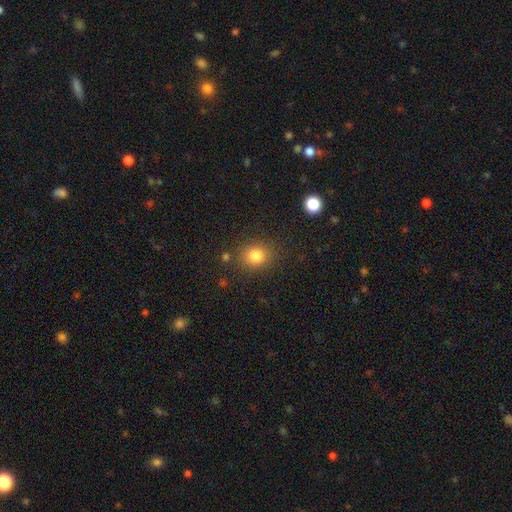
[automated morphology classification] smooth-or-featured: smooth: 82% | star or artifact: 12% | featured or disk: 6%
  how-rounded: round: 73% | in between: 26% | cigar-shaped: 1%
  merging: none: 83% | minor disturbance: 10% | major disturbance: 4% | merger: 3%